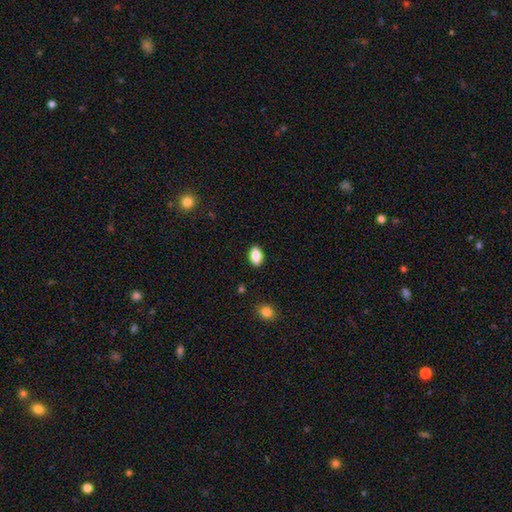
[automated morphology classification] smooth_or_featured: smooth (p=0.85) [alt: star or artifact p=0.08]
how_rounded: in between (p=0.89) [alt: round p=0.08]
merging: none (p=0.88) [alt: minor disturbance p=0.08]